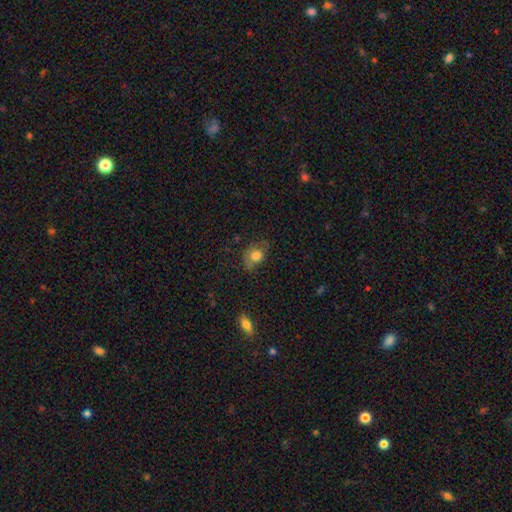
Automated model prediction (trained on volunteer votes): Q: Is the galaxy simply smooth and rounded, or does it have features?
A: smooth — 74%.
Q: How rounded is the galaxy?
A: in between — 66%.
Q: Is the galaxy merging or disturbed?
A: none — 60%.